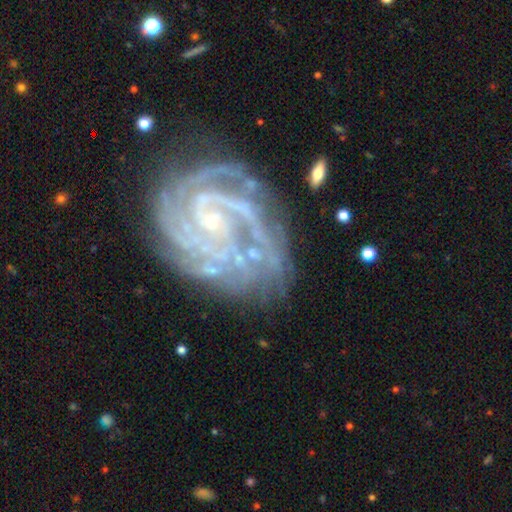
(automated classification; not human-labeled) smooth-or-featured: featured or disk: 91% | star or artifact: 6% | smooth: 4%
  disk-edge-on: no: 98% | yes: 2%
    bar: no: 61% | weak: 28% | strong: 11%
    has-spiral-arms: yes: 98% | no: 2%
      spiral-winding: tight: 71% | medium: 25% | loose: 4%
      spiral-arm-count: 3: 26% | 4: 23% | 2: 17% | can't tell: 15% | more than 4: 12% | 1: 8%
    bulge-size: small: 76% | moderate: 14% | none: 8% | large: 1% | dominant: 1%
  merging: none: 68% | minor disturbance: 20% | major disturbance: 10% | merger: 3%